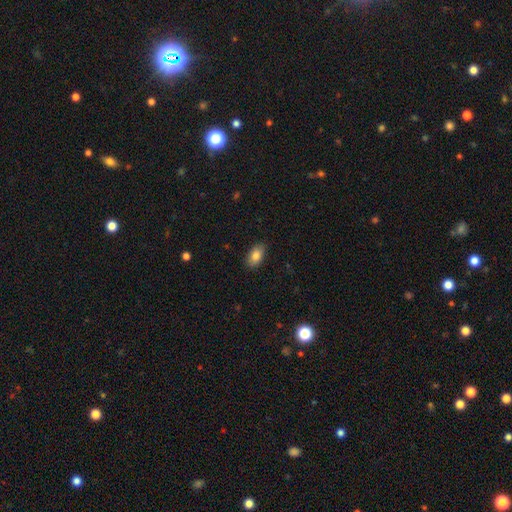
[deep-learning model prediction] The model was most divided on "smooth or featured": smooth: 84%, featured or disk: 9%, star or artifact: 8%. More confident: how rounded — in between (91%); merging — none (86%).